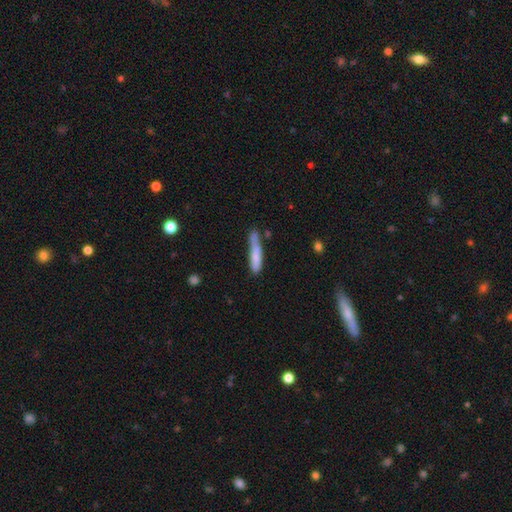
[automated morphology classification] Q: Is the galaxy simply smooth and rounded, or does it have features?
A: smooth — 74%.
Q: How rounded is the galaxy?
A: cigar-shaped — 88%.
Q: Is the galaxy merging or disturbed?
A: none — 52%.